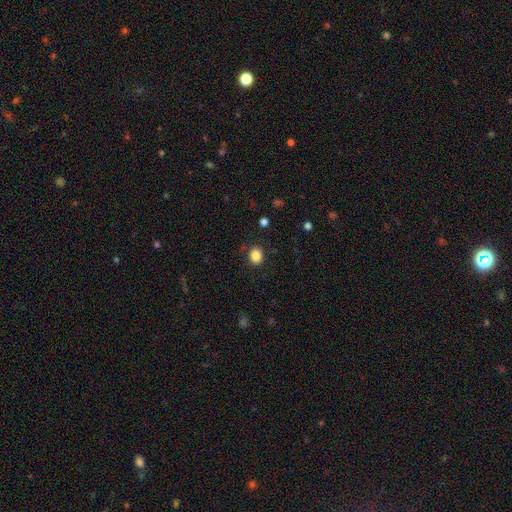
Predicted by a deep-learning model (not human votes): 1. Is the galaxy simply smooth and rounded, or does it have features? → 86% smooth, 10% star or artifact, 4% featured or disk.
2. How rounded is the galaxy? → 63% round, 36% in between, 1% cigar-shaped.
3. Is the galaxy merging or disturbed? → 87% none, 9% minor disturbance, 3% major disturbance, 2% merger.